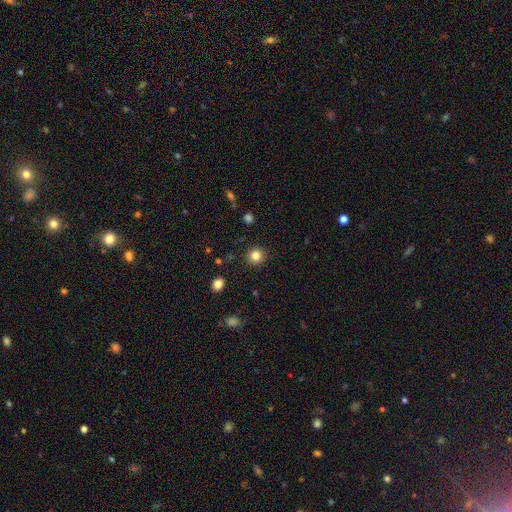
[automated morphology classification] smooth 83%, star or artifact 12%, featured or disk 5%. Down the decision tree: how rounded — round (94%); merging — none (92%).